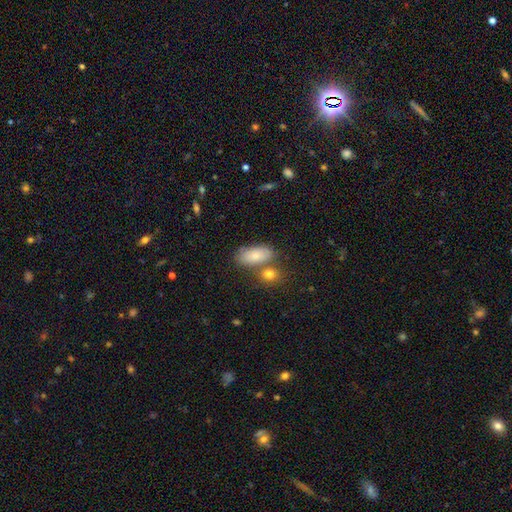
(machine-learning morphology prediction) Smooth or featured?
  - smooth: 78% *
  - featured or disk: 15%
  - star or artifact: 7%
How rounded?
  - in between: 89% *
  - round: 6%
  - cigar-shaped: 6%
Merging?
  - none: 59% *
  - merger: 24%
  - minor disturbance: 14%
  - major disturbance: 4%